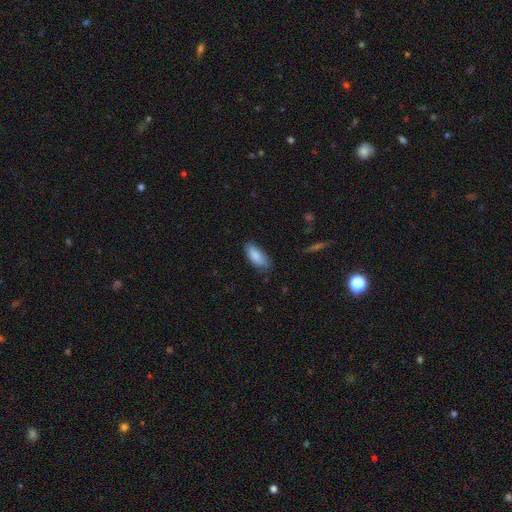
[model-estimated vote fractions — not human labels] A smooth galaxy with no disk features (87%) that is in between round and cigar-shaped (82%).

Vote fractions:
- Smooth or featured? smooth: 87% / featured or disk: 6% / star or artifact: 6%
- How rounded? in between: 82% / cigar-shaped: 16% / round: 2%
- Merging? none: 75% / minor disturbance: 20% / major disturbance: 4% / merger: 1%